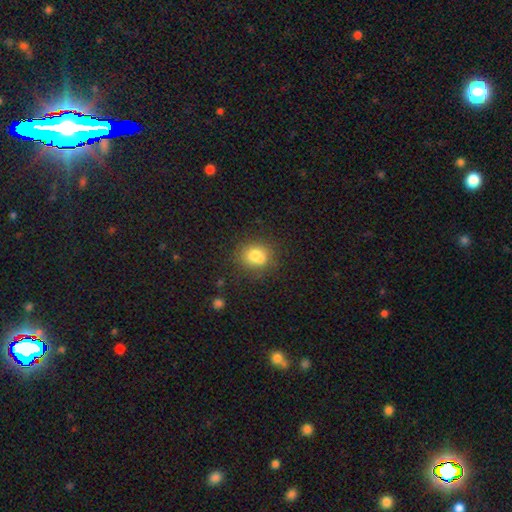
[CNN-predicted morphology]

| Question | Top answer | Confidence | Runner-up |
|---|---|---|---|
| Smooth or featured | smooth | 76% | featured or disk (12%) |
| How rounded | round | 72% | in between (27%) |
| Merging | none | 59% | merger (19%) |